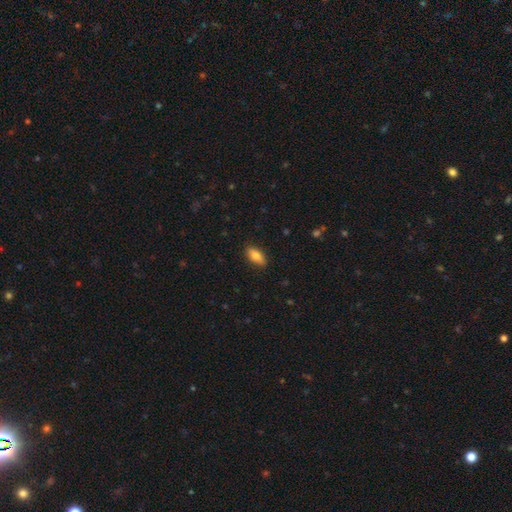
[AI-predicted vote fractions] Overall: smooth (80%). How rounded: in between (85%). Merging: none (88%).